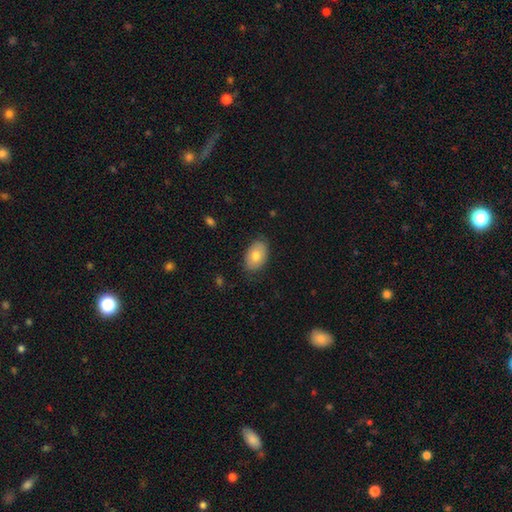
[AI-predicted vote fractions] Smooth or featured? Predicted: smooth (p=0.77). How rounded? Predicted: in between (p=0.88). Merging? Predicted: none (p=0.79).